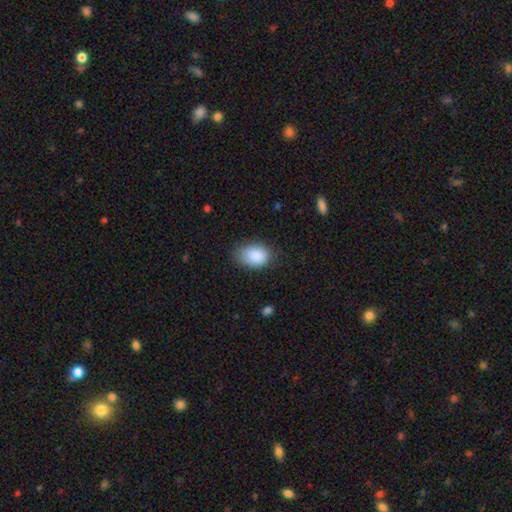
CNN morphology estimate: smooth 88%, star or artifact 7%, featured or disk 4%. Down the decision tree: how rounded — in between (84%); merging — none (74%).